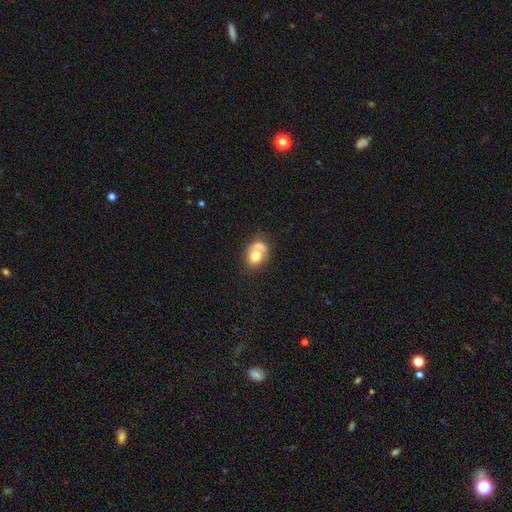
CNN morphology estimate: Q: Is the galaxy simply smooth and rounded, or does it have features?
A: smooth — 65%.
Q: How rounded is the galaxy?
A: in between — 50%.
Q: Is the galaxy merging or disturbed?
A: none — 40%.